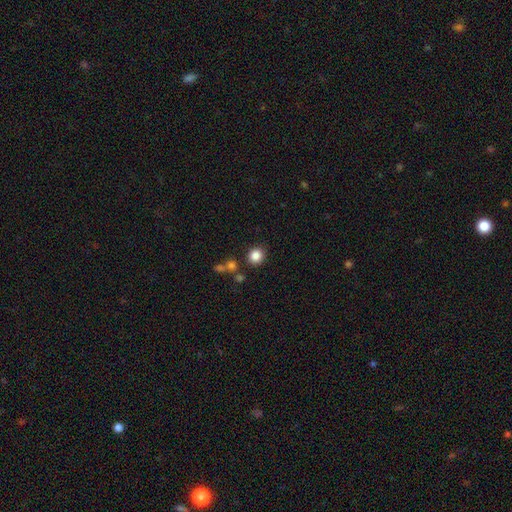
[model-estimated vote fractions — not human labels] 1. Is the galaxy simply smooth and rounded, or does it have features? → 84% smooth, 11% star or artifact, 5% featured or disk.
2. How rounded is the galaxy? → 88% round, 11% in between, 1% cigar-shaped.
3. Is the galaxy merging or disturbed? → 82% none, 8% minor disturbance, 6% merger, 3% major disturbance.